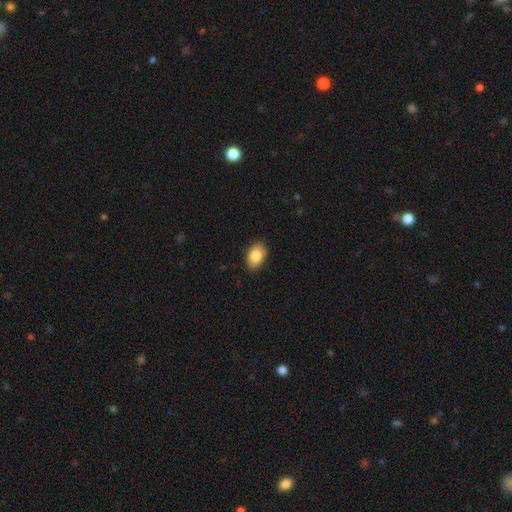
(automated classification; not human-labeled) Morphology: type=smooth (85%); roundness=in between (87%); merging=none (85%).